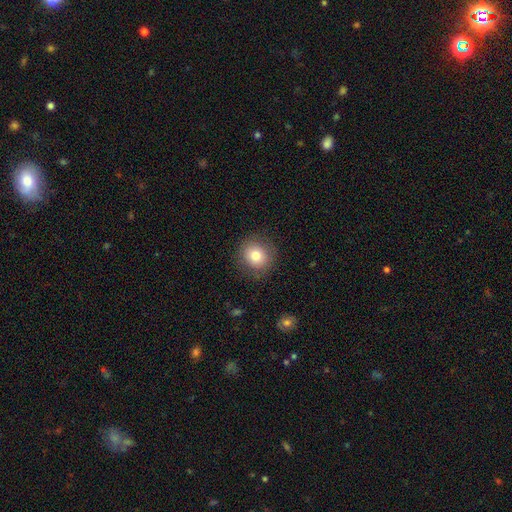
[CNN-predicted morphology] type=smooth (80%); roundness=round (88%); merging=none (87%).